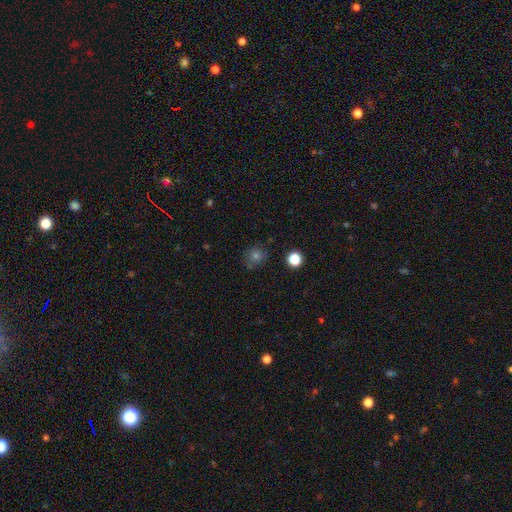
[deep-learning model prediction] Q: Smooth or featured?
A: smooth (67%); runner-up: star or artifact (22%)
Q: How rounded?
A: round (81%); runner-up: in between (18%)
Q: Merging?
A: none (76%); runner-up: minor disturbance (16%)